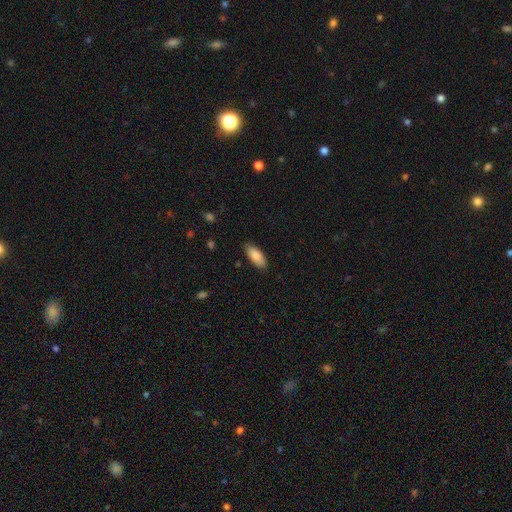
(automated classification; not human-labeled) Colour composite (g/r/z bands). It shows a smooth galaxy with no disk features (87%) that is in between round and cigar-shaped (83%). Merging: none (84%).